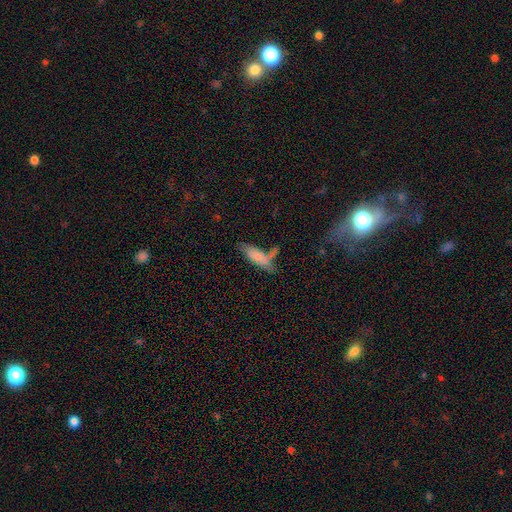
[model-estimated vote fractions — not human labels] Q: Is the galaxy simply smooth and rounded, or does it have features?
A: smooth — 42%.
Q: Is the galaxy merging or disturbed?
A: none — 63%.